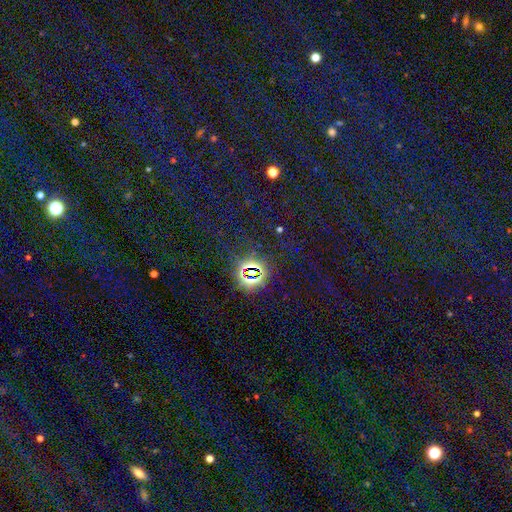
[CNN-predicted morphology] Q: Smooth or featured?
A: star or artifact (81%); runner-up: smooth (12%)